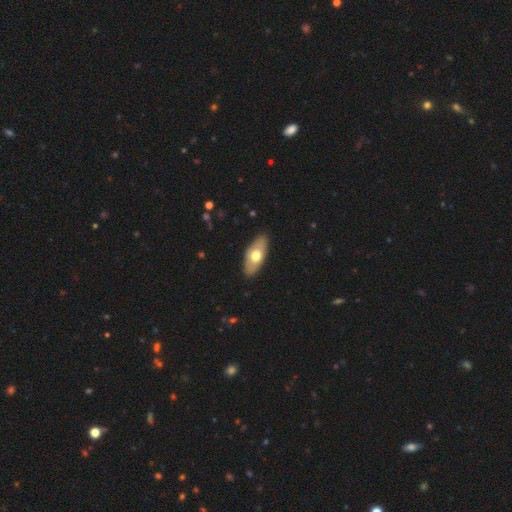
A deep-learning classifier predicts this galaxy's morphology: Q: Smooth or featured?
A: smooth (60%); runner-up: featured or disk (35%)
Q: How rounded?
A: in between (86%); runner-up: cigar-shaped (11%)
Q: Merging?
A: none (87%); runner-up: minor disturbance (10%)